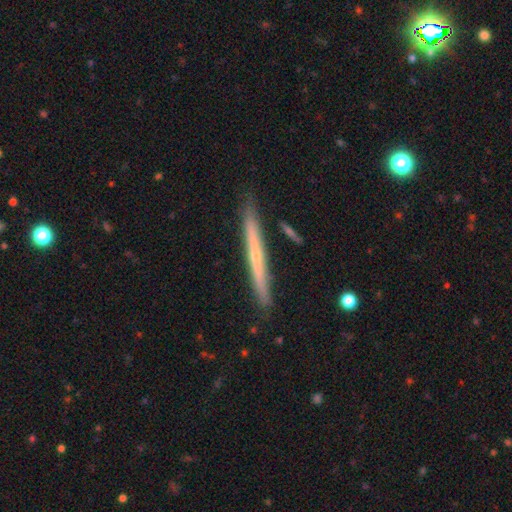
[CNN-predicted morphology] The model was most divided on "edge-on bulge": rounded: 51%, none: 46%, boxy: 3%. More confident: edge-on disk — yes (97%); merging — none (88%); smooth or featured — featured or disk (64%).